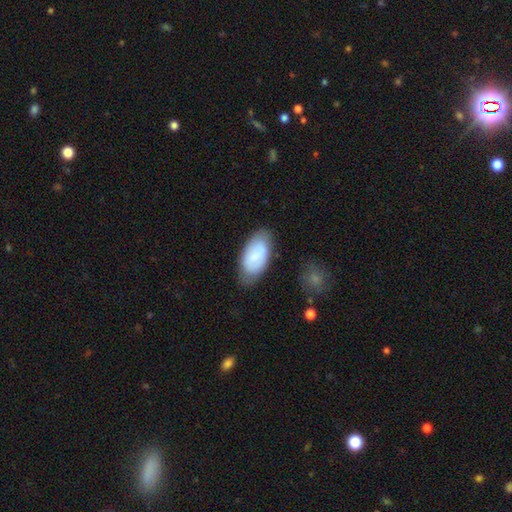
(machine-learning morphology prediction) Smooth or featured?
  - smooth: 71% *
  - featured or disk: 23%
  - star or artifact: 6%
How rounded?
  - in between: 94% *
  - round: 3%
  - cigar-shaped: 3%
Merging?
  - none: 73% *
  - minor disturbance: 19%
  - major disturbance: 5%
  - merger: 2%